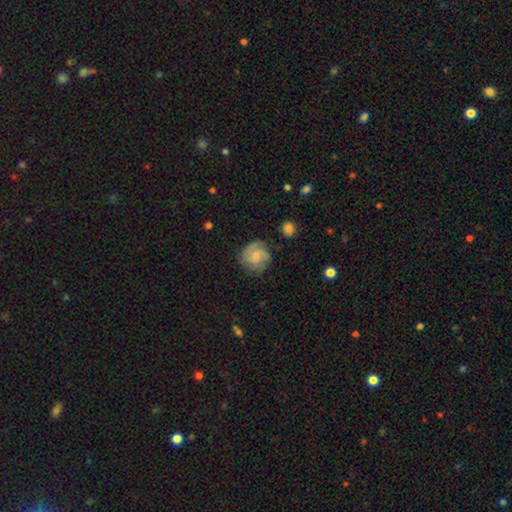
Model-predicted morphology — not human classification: Smooth or featured? Predicted: featured or disk (p=0.70). Edge-on disk? Predicted: no (p=0.98). Bar? Predicted: no (p=0.68). Spiral arms? Predicted: yes (p=0.94). Spiral winding? Predicted: tight (p=0.55). Spiral arm count? Predicted: 3 (p=0.36). Bulge size? Predicted: small (p=0.52). Merging? Predicted: none (p=0.77).